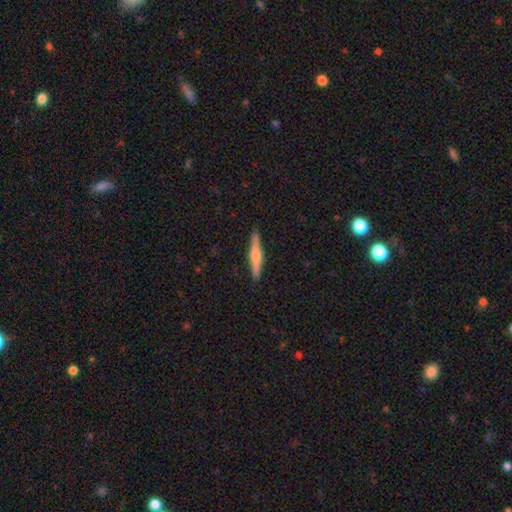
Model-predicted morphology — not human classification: type=featured or disk (51%); edge-on=yes (97%); merging=none (91%).